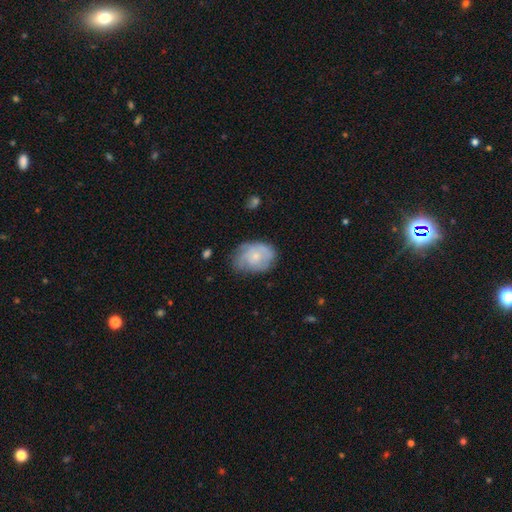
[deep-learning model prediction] The model was most divided on "smooth or featured": featured or disk: 50%, smooth: 43%, star or artifact: 7%. More confident: edge-on disk — no (97%); merging — none (59%).